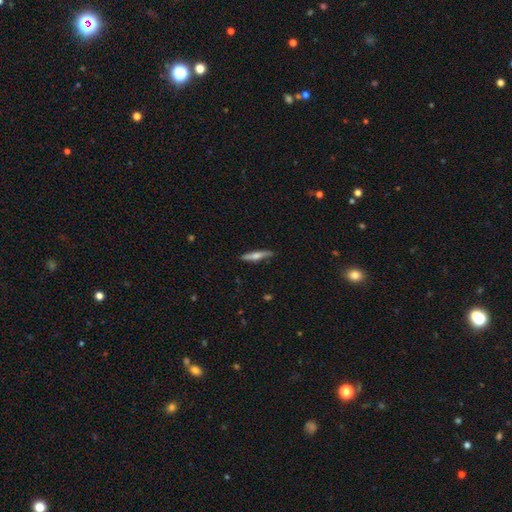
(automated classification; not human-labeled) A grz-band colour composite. It shows a featured or disk galaxy (50%) viewed edge-on (95%). Merging: none (88%).